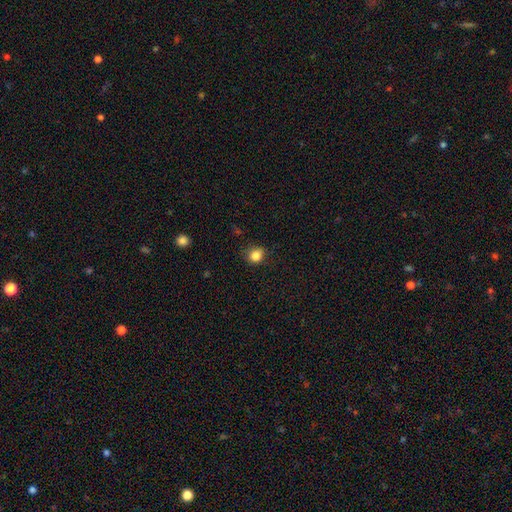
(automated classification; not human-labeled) A smooth galaxy with no disk features (84%) that is round (77%). Merging: none (78%).